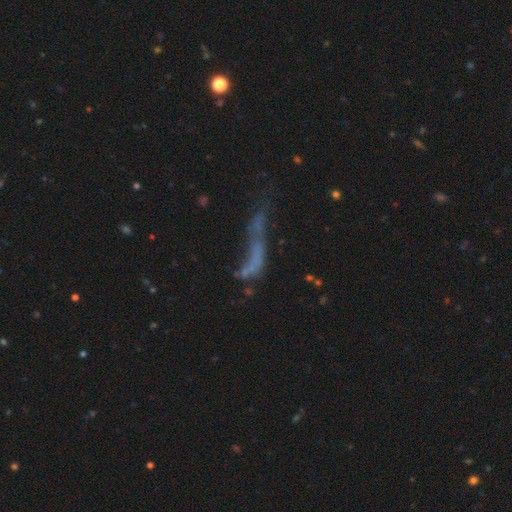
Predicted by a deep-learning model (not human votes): featured or disk 40%, smooth 39%, star or artifact 21%. Down the decision tree: merging — major disturbance (38%).